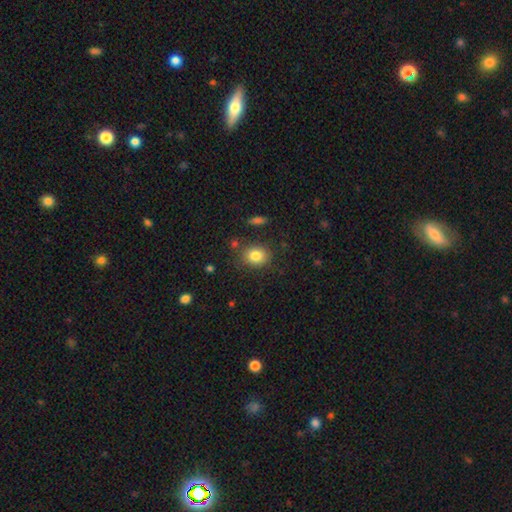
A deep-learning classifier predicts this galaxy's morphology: Smooth or featured? Predicted: smooth (p=0.83). How rounded? Predicted: round (p=0.51). Merging? Predicted: none (p=0.80).